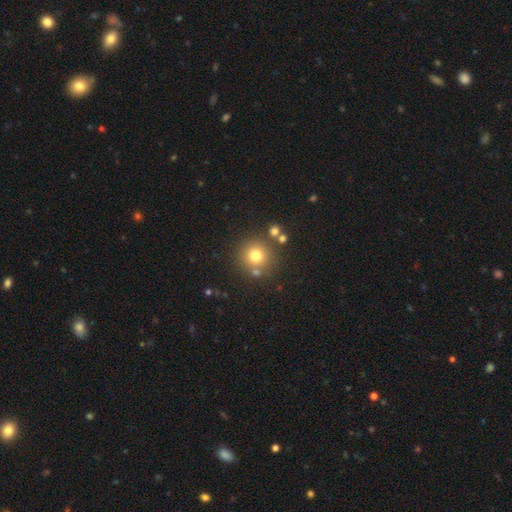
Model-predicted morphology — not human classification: Overall: smooth (74%). How rounded: round (94%). Merging: none (78%).